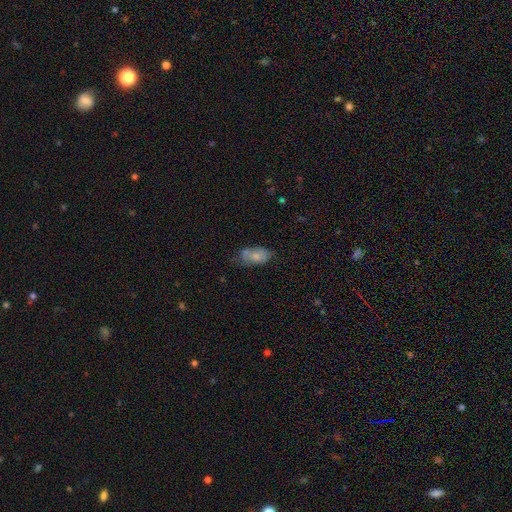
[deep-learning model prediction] A smooth galaxy with no disk features (69%) that is in between round and cigar-shaped (89%). Merging: none (46%).